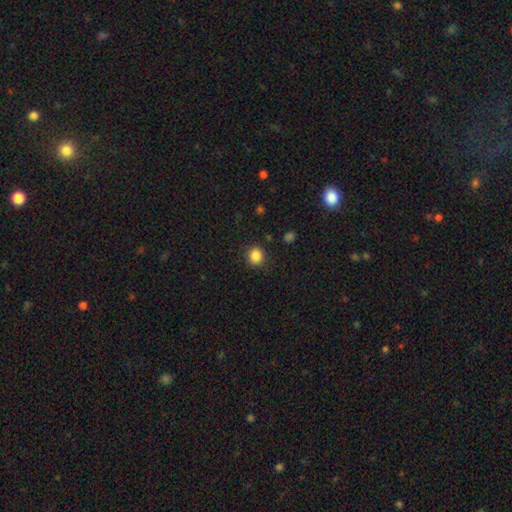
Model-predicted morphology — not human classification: This is clearly a smooth galaxy (86%). How rounded: clearly round (89%). Merging: clearly none (89%).